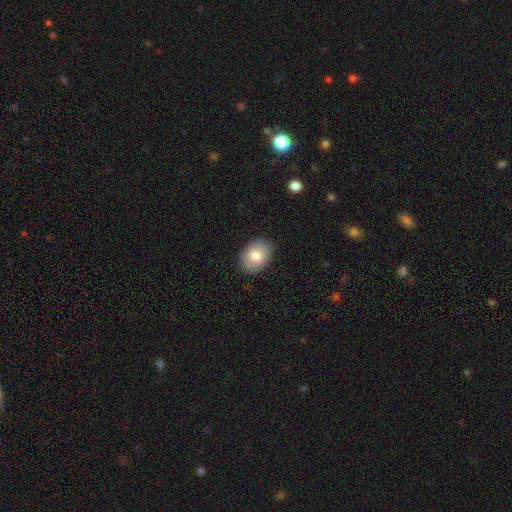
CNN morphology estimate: smooth-or-featured: smooth: 79% | featured or disk: 14% | star or artifact: 7%
  how-rounded: in between: 78% | round: 21% | cigar-shaped: 1%
  merging: none: 85% | minor disturbance: 11% | major disturbance: 3% | merger: 1%